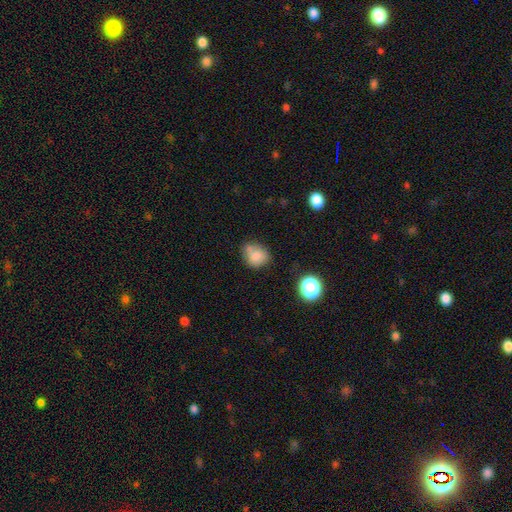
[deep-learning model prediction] A smooth galaxy with no disk features (78%) that is round (66%).

Vote fractions:
- Smooth or featured? smooth: 78% / star or artifact: 11% / featured or disk: 10%
- How rounded? round: 66% / in between: 33% / cigar-shaped: 1%
- Merging? none: 54% / minor disturbance: 26% / merger: 13% / major disturbance: 7%